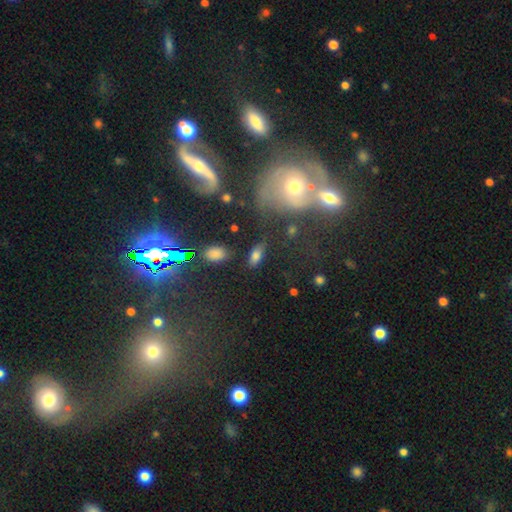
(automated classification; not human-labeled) The model was most divided on "smooth or featured": smooth: 74%, star or artifact: 13%, featured or disk: 12%. More confident: how rounded — in between (86%); merging — none (76%).